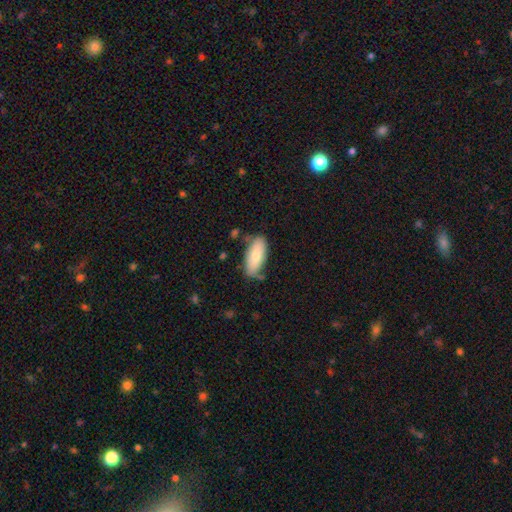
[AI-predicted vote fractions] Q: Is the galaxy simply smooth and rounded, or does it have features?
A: smooth — 78%.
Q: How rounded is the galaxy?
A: in between — 88%.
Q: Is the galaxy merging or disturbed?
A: none — 64%.